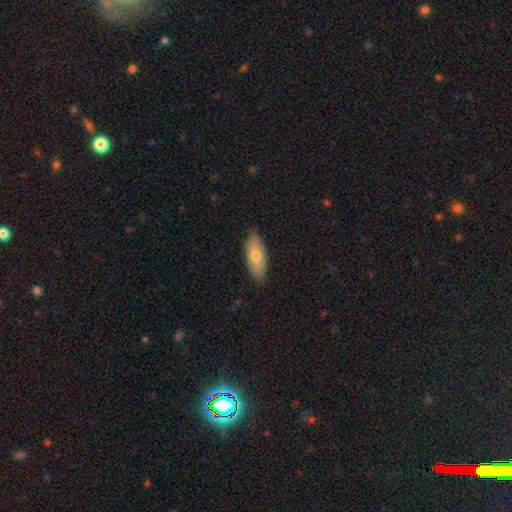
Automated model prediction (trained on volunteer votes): smooth 68%, featured or disk 26%, star or artifact 6%. Down the decision tree: how rounded — in between (72%); merging — none (86%).